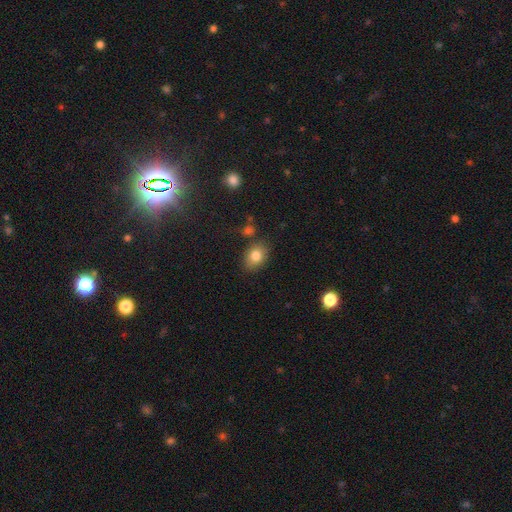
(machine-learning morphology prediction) type=smooth (81%); roundness=in between (70%); merging=none (77%).